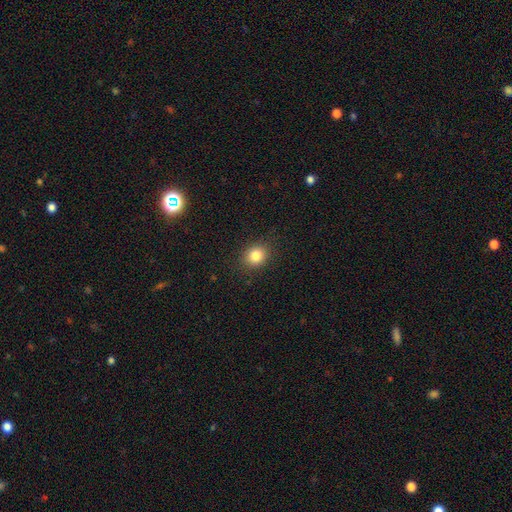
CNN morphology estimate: This is clearly a smooth galaxy (83%). How rounded: likely round (67%). Merging: clearly none (88%).